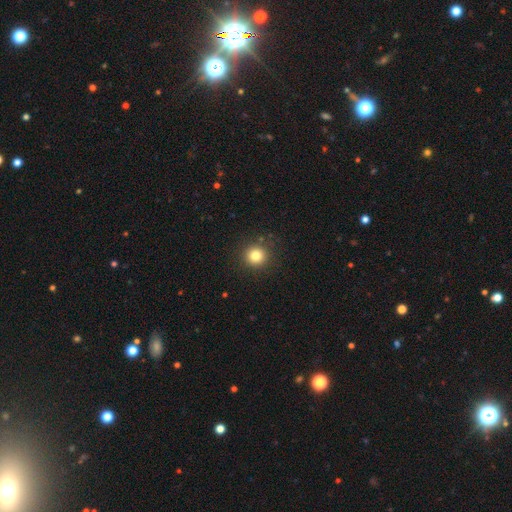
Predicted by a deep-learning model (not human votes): smooth_or_featured: smooth (p=0.81) [alt: star or artifact p=0.13]
how_rounded: round (p=0.93) [alt: in between p=0.06]
merging: none (p=0.90) [alt: minor disturbance p=0.06]